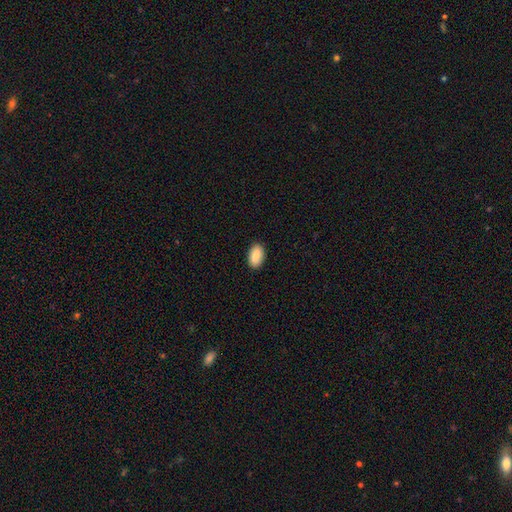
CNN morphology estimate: Q: Smooth or featured?
A: smooth (87%); runner-up: featured or disk (7%)
Q: How rounded?
A: in between (93%); runner-up: round (4%)
Q: Merging?
A: none (89%); runner-up: minor disturbance (8%)